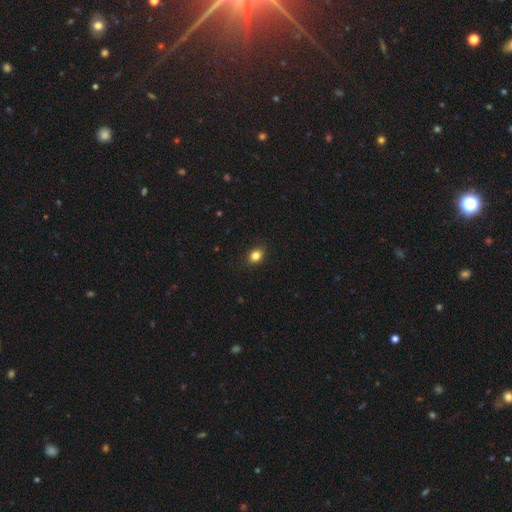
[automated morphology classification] This appears to be a smooth galaxy with no disk features (84%) that is in between round and cigar-shaped (58%). Merging: none (88%).